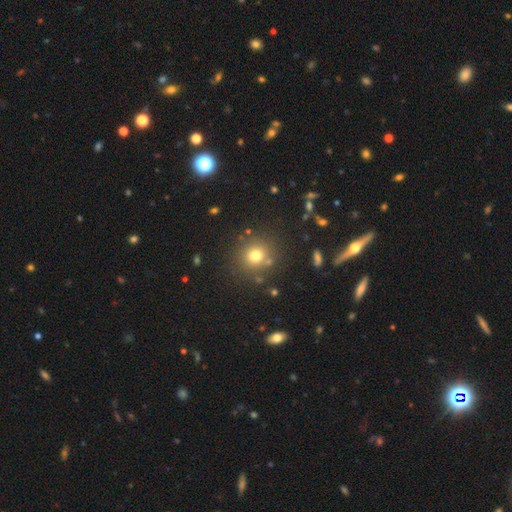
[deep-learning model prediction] This appears to be a smooth galaxy with no disk features (74%) that is round (87%). Merging: none (83%).